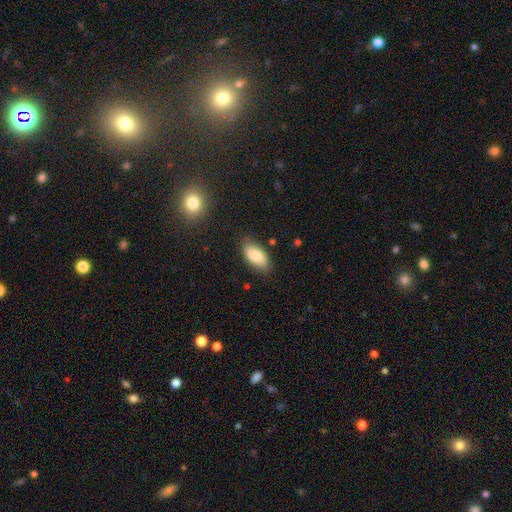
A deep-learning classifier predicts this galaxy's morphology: The model was most divided on "smooth or featured": smooth: 77%, featured or disk: 16%, star or artifact: 7%. More confident: how rounded — in between (93%); merging — none (79%).